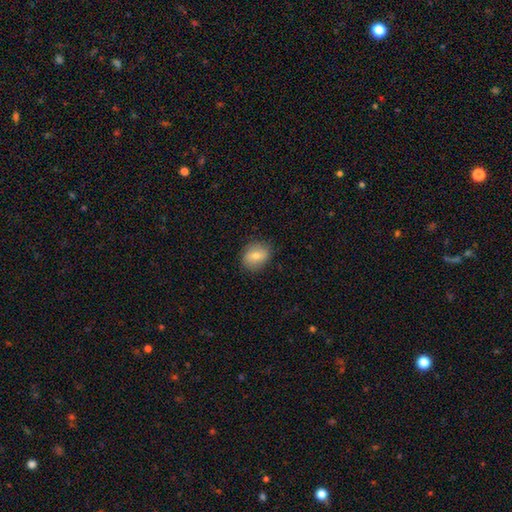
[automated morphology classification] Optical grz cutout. It shows a smooth galaxy with no disk features (65%) that is in between round and cigar-shaped (49%, tied with round). Merging: none (85%).